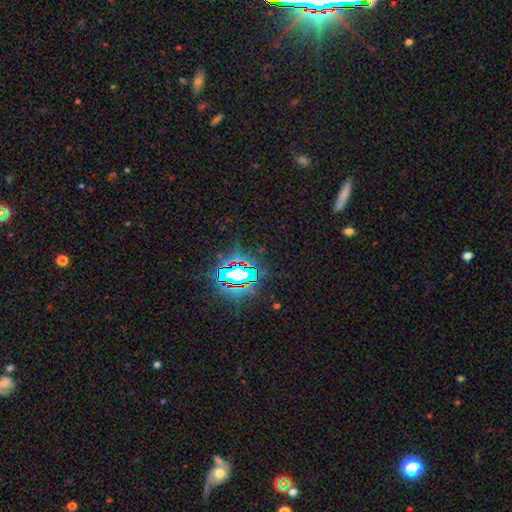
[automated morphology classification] The model was most divided on "smooth or featured": star or artifact: 78%, smooth: 13%, featured or disk: 9%.